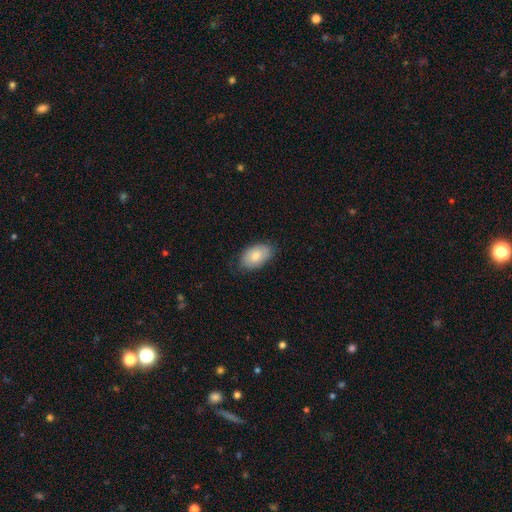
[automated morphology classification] smooth-or-featured: smooth: 80% | featured or disk: 14% | star or artifact: 6%
  how-rounded: in between: 93% | round: 6% | cigar-shaped: 1%
  merging: none: 77% | minor disturbance: 19% | major disturbance: 3% | merger: 1%